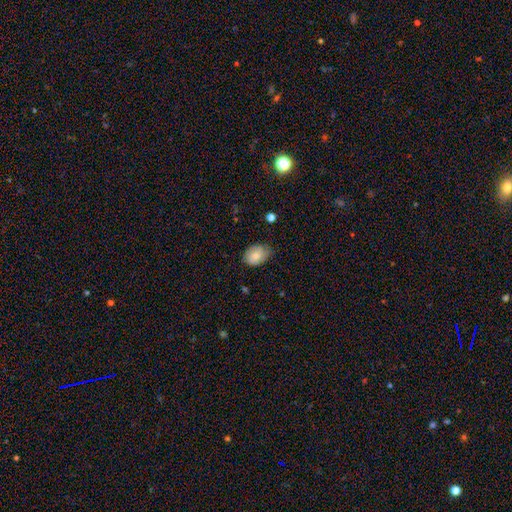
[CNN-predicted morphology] smooth-or-featured: smooth: 76% | featured or disk: 17% | star or artifact: 7%
  how-rounded: in between: 77% | round: 22% | cigar-shaped: 1%
  merging: none: 67% | minor disturbance: 27% | major disturbance: 5% | merger: 1%